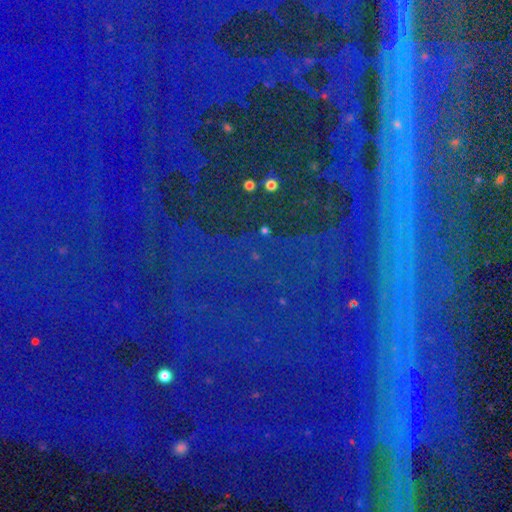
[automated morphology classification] A star or artifact, not a galaxy (88%).